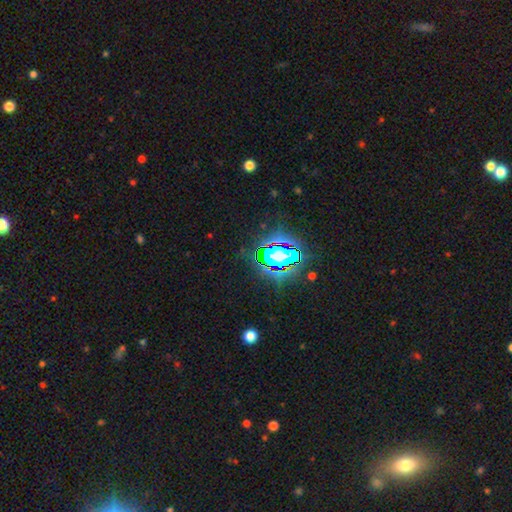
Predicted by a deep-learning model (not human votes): Smooth or featured? Predicted: star or artifact (p=0.78).